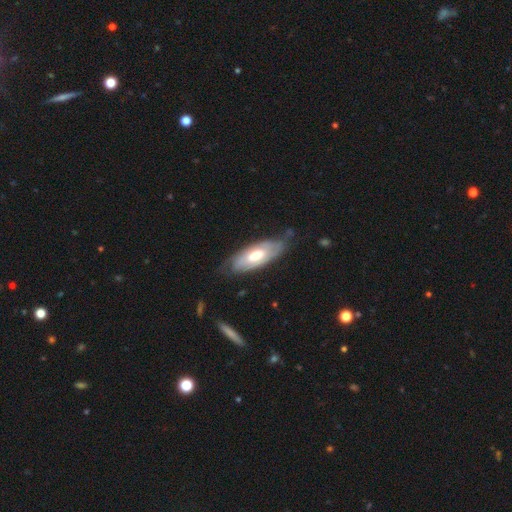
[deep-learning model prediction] Smooth or featured: featured or disk — 50% (smooth — 44%)
Edge-on disk: no — 74% (yes — 26%)
Merging: none — 63% (minor disturbance — 27%)